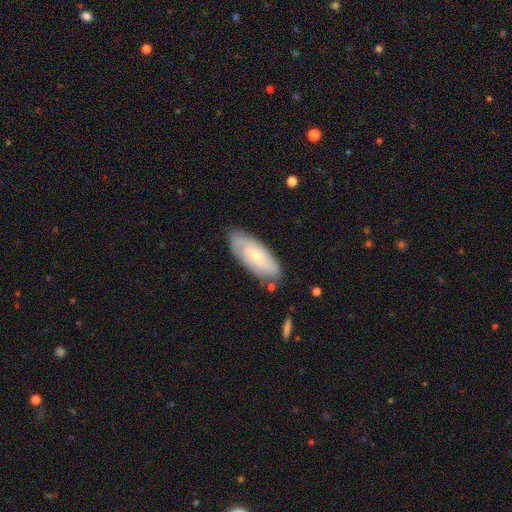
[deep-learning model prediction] featured or disk 53%, smooth 41%, star or artifact 7%. Down the decision tree: edge-on disk — no (87%); merging — none (79%).